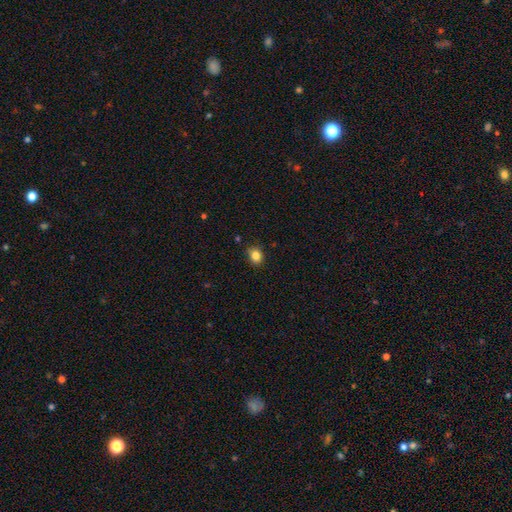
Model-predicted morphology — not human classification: A smooth galaxy with no disk features (84%) that is round (59%). Merging: none (86%).